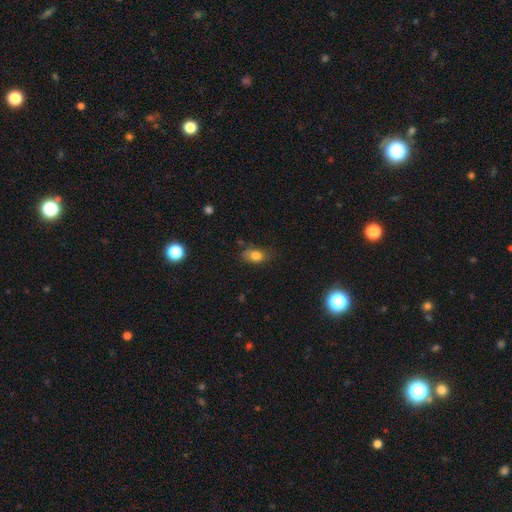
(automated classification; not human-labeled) A smooth galaxy with no disk features (79%) that is in between round and cigar-shaped (80%). Merging: none (69%).